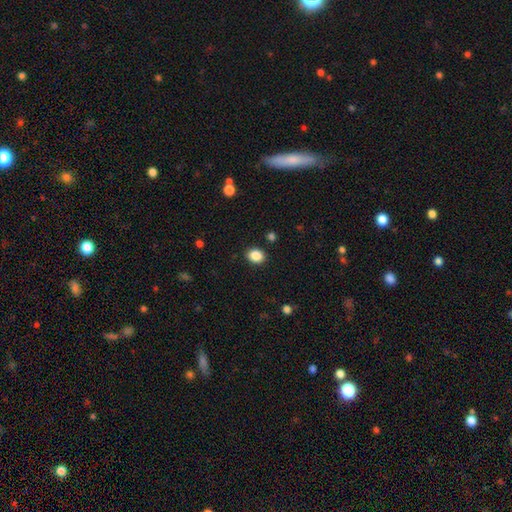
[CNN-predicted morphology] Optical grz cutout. It shows a smooth galaxy with no disk features (87%) that is round (55%). Merging: none (90%).